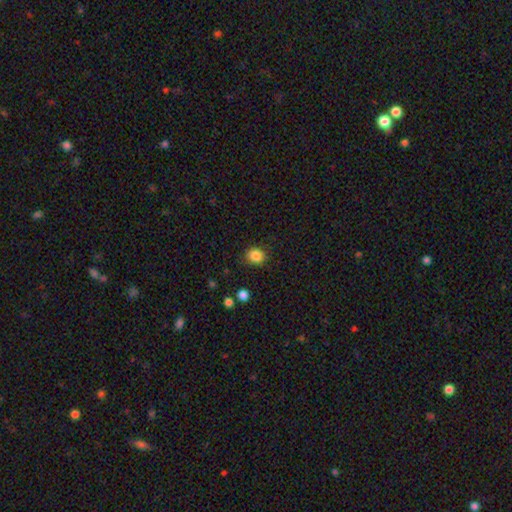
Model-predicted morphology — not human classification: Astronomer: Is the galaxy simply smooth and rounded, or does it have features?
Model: smooth — 86%.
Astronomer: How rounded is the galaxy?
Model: round — 77%.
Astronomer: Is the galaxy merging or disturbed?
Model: none — 86%.